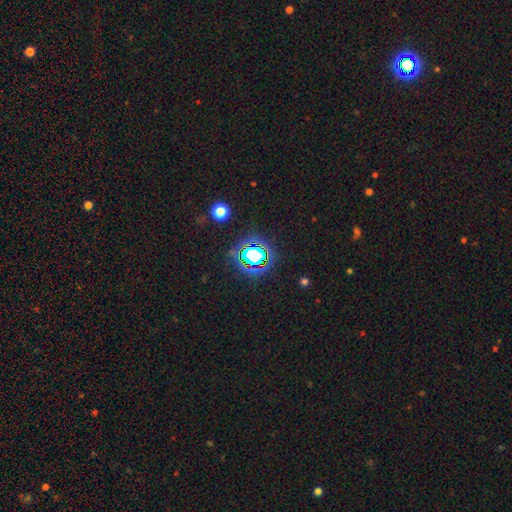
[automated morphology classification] type=star or artifact (65%).